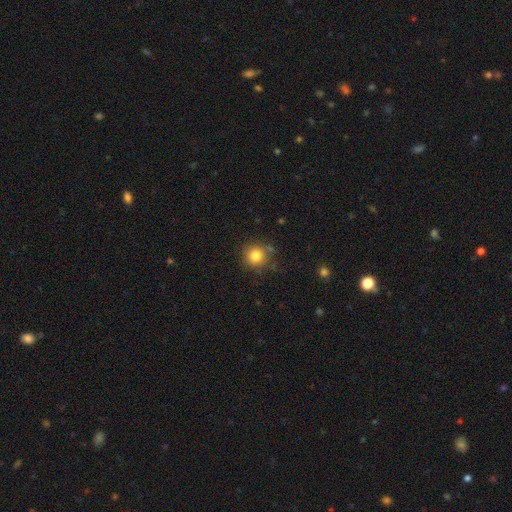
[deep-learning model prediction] The model was most divided on "merging": none: 80%, minor disturbance: 12%, merger: 4%, major disturbance: 4%. More confident: how rounded — round (93%); smooth or featured — smooth (82%).